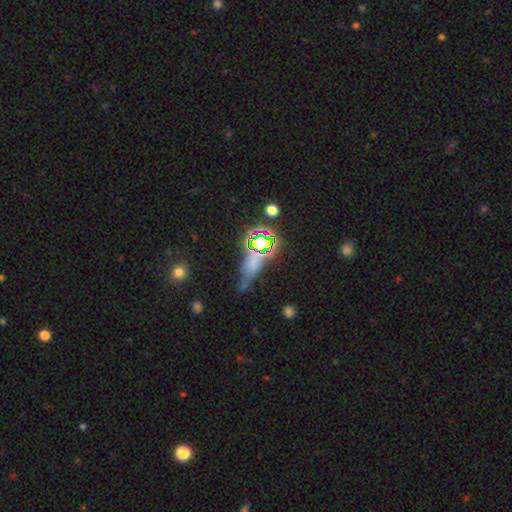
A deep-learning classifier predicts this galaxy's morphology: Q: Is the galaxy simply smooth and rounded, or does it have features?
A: star or artifact — 57%.